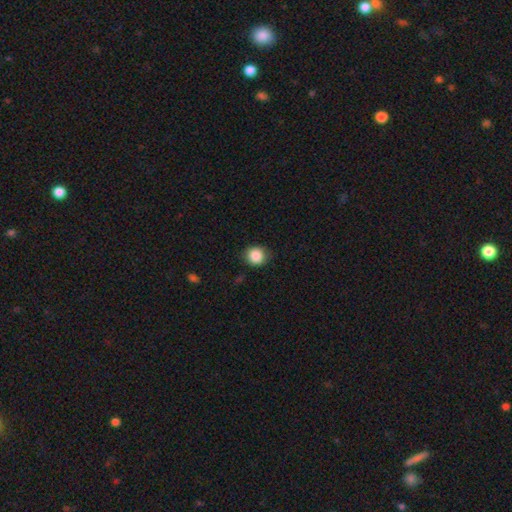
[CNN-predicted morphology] This is clearly a smooth galaxy (87%). How rounded: clearly round (82%). Merging: clearly none (83%).